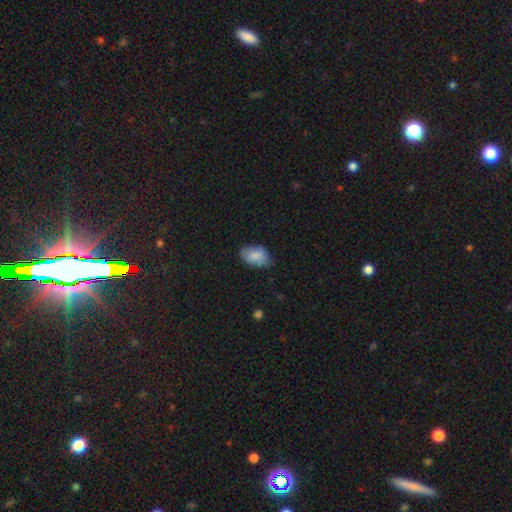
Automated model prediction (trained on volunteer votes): Q: Smooth or featured?
A: smooth (84%); runner-up: featured or disk (9%)
Q: How rounded?
A: in between (91%); runner-up: round (8%)
Q: Merging?
A: none (67%); runner-up: minor disturbance (27%)